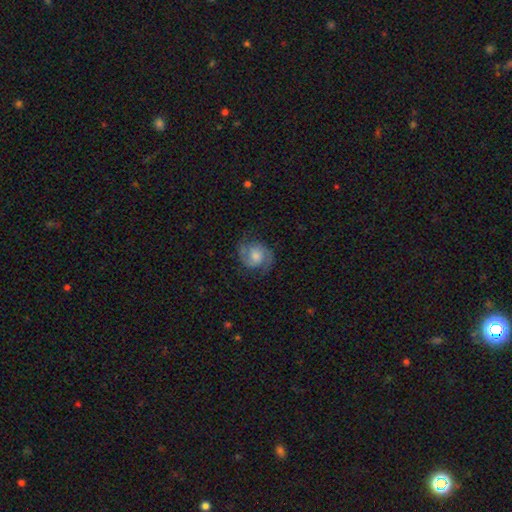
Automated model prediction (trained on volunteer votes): Smooth or featured: featured or disk — 79% (smooth — 14%)
Edge-on disk: no — 98% (yes — 2%)
Bar: no — 59% (weak — 35%)
Spiral arms: yes — 96% (no — 4%)
Spiral winding: medium — 52% (tight — 30%)
Spiral arm count: 2 — 91% (can't tell — 4%)
Bulge size: moderate — 43% (small — 29%)
Merging: none — 77% (minor disturbance — 15%)